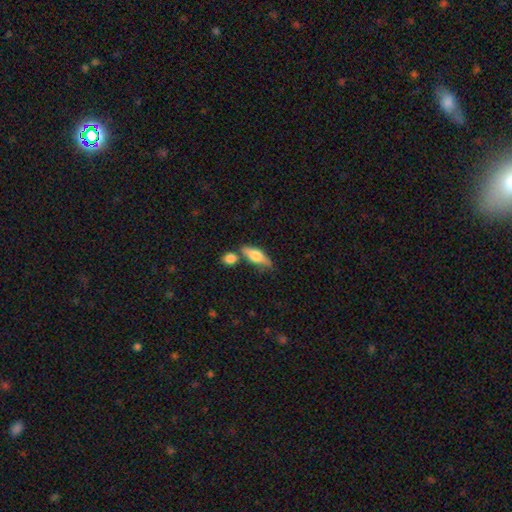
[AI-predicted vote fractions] A smooth galaxy with no disk features (54%) that is in between round and cigar-shaped (59%). Merging: none (62%).